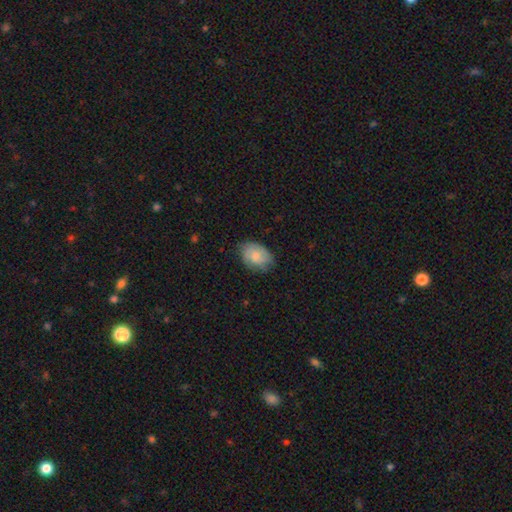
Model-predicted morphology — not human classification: Overall: smooth (65%; featured or disk 28%). How rounded: in between (78%). Merging: none (71%).